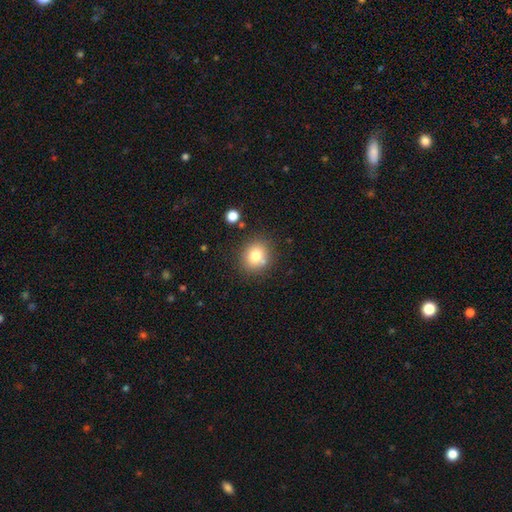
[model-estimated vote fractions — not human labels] Morphology: type=smooth (77%); roundness=round (78%); merging=none (76%).